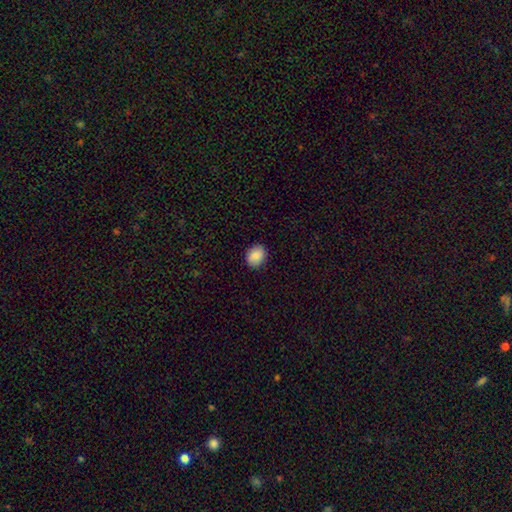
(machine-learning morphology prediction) type=smooth (89%); roundness=round (52%); merging=none (89%).